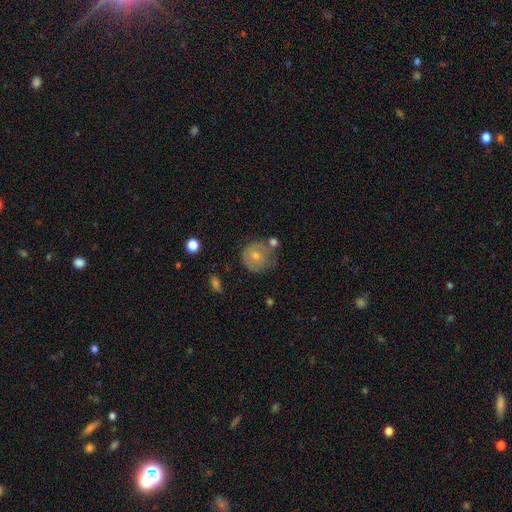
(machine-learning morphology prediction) Smooth or featured? smooth (62%)
How rounded? round (83%)
Merging? none (50%)